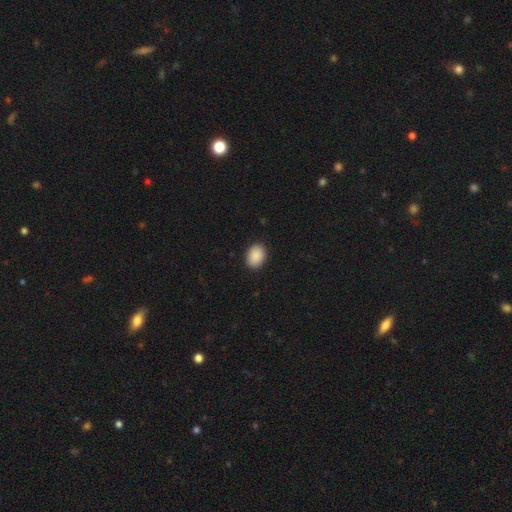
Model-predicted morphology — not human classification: Smooth or featured? Predicted: smooth (p=0.90). How rounded? Predicted: in between (p=0.77). Merging? Predicted: none (p=0.90).